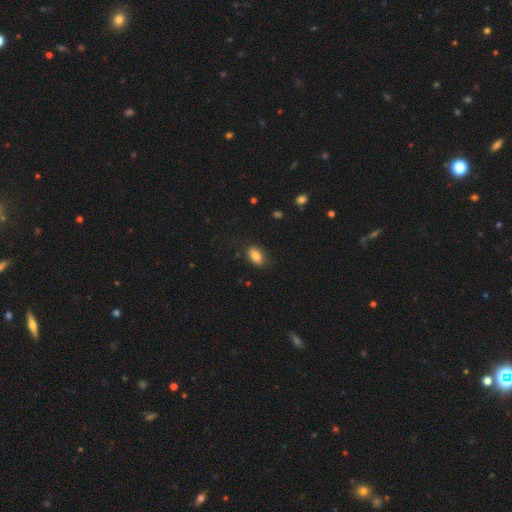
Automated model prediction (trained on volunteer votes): Morphology: type=smooth (84%); roundness=in between (89%); merging=none (83%).